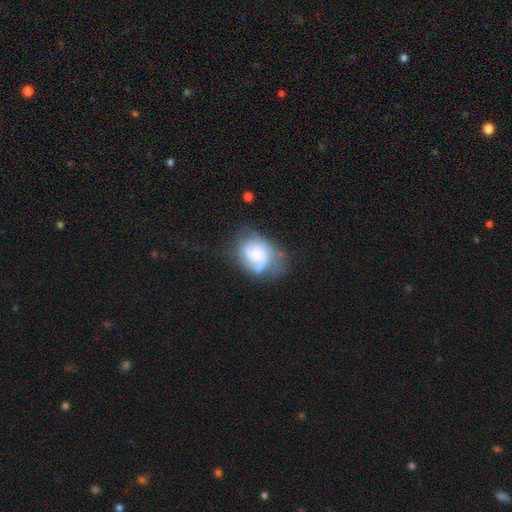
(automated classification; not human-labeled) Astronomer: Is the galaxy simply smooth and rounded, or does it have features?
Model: featured or disk — 57% (runner-up: smooth, 35%).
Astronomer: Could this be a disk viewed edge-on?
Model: no — 97%.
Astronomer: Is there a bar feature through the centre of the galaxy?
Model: no — 74%.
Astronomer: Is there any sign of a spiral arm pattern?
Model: yes — 81%.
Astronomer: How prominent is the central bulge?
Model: small — 54%.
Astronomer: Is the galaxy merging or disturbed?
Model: none — 47% (runner-up: minor disturbance, 27%).